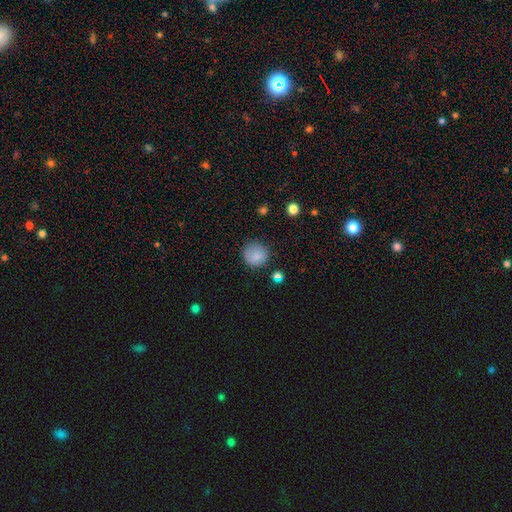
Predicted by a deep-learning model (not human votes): Overall: smooth (83%). How rounded: round (88%). Merging: none (78%).